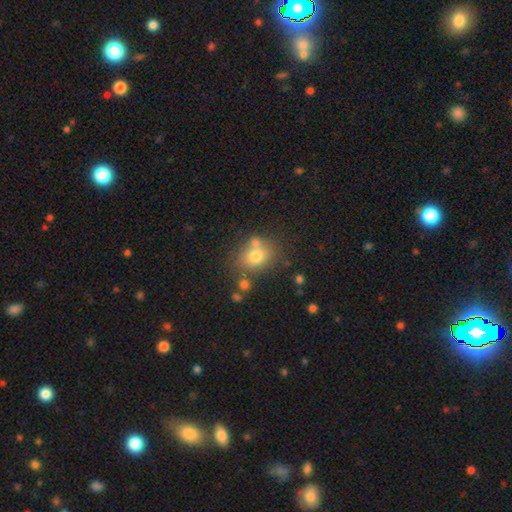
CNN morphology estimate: smooth_or_featured: smooth (p=0.73) [alt: featured or disk p=0.14]
how_rounded: round (p=0.56) [alt: in between p=0.43]
merging: none (p=0.60) [alt: merger p=0.20]